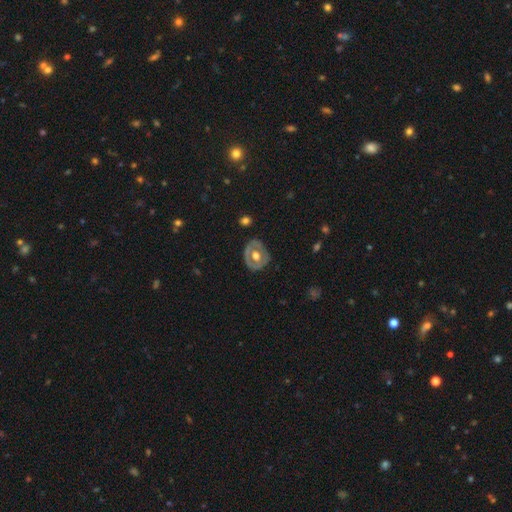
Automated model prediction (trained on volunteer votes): A featured or disk galaxy (57%) with no bar (82%), no spiral arms (85%) and a moderate central bulge (66%).

Vote fractions:
- Smooth or featured? featured or disk: 57% / smooth: 38% / star or artifact: 6%
- Edge-on disk? no: 93% / yes: 7%
- Bar? no: 82% / weak: 14% / strong: 4%
- Spiral arms? no: 85% / yes: 15%
- Bulge size? moderate: 66% / large: 28% / small: 4% / dominant: 1% / none: 1%
- Merging? none: 76% / minor disturbance: 17% / major disturbance: 5% / merger: 1%